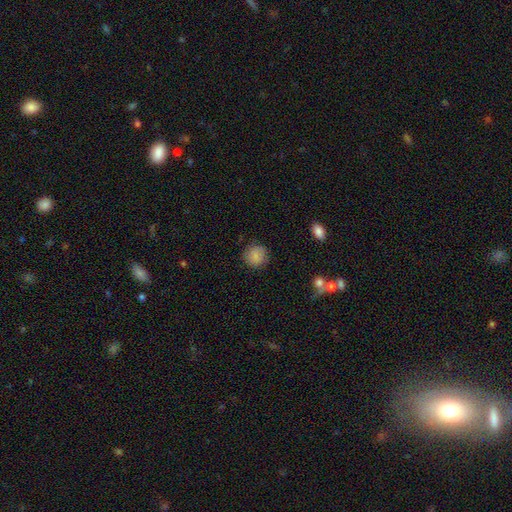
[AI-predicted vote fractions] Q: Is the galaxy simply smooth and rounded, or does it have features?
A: smooth — 85%.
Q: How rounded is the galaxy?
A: round — 91%.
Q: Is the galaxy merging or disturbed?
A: none — 86%.